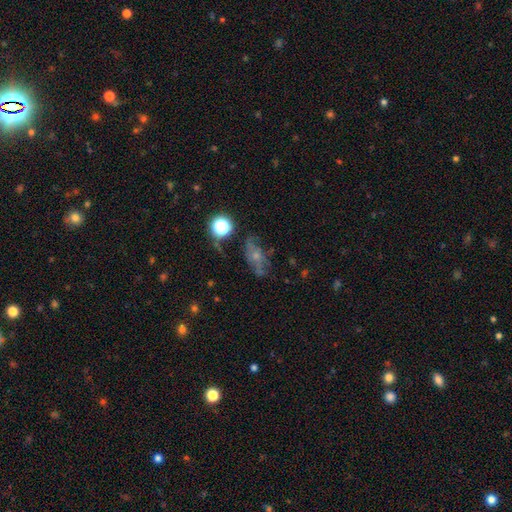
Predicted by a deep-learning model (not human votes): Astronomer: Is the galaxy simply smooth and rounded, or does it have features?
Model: featured or disk — 42% (runner-up: smooth, 39%).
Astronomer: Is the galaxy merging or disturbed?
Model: none — 53%.